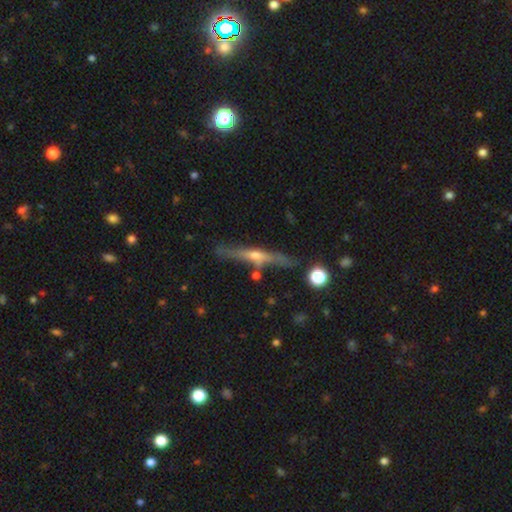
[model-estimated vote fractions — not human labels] Smooth or featured?
  - featured or disk: 69% *
  - smooth: 24%
  - star or artifact: 7%
Edge-on disk?
  - yes: 94% *
  - no: 6%
Edge-on bulge?
  - rounded: 80% *
  - none: 14%
  - boxy: 5%
Merging?
  - none: 74% *
  - minor disturbance: 16%
  - merger: 6%
  - major disturbance: 4%